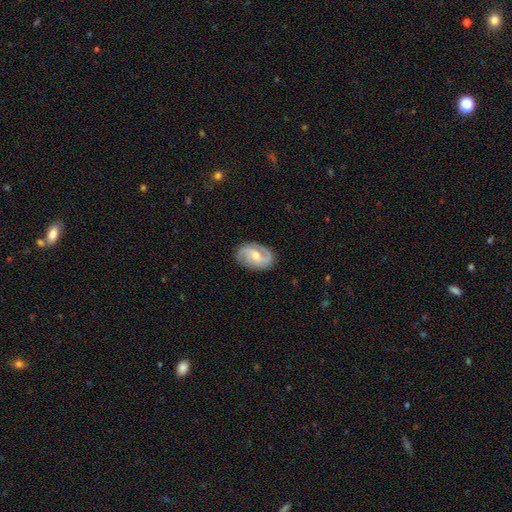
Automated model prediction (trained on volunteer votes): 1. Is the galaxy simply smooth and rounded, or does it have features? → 77% featured or disk, 17% smooth, 6% star or artifact.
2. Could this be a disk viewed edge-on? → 96% no, 4% yes.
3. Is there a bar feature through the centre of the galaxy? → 48% weak, 33% no, 19% strong.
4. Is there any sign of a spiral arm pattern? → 91% yes, 9% no.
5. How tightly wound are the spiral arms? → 45% medium, 32% tight, 23% loose.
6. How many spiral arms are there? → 83% 2, 9% can't tell, 4% 1, 3% 3, 1% 4, 1% more than 4.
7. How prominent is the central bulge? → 63% moderate, 32% small, 3% large, 1% none, 1% dominant.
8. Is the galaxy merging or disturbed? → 82% none, 13% minor disturbance, 3% major disturbance, 1% merger.